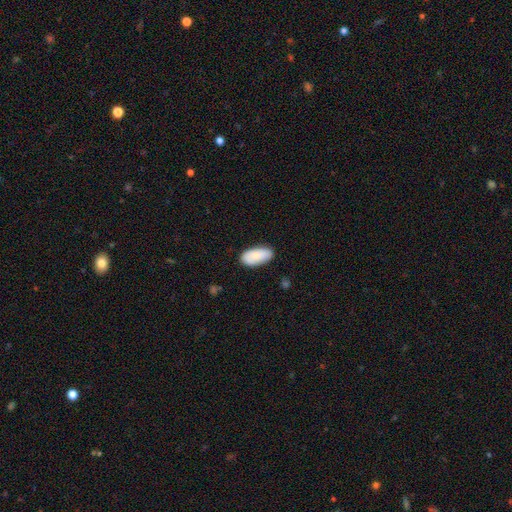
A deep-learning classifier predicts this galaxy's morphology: type=smooth (81%); roundness=in between (92%); merging=none (80%).